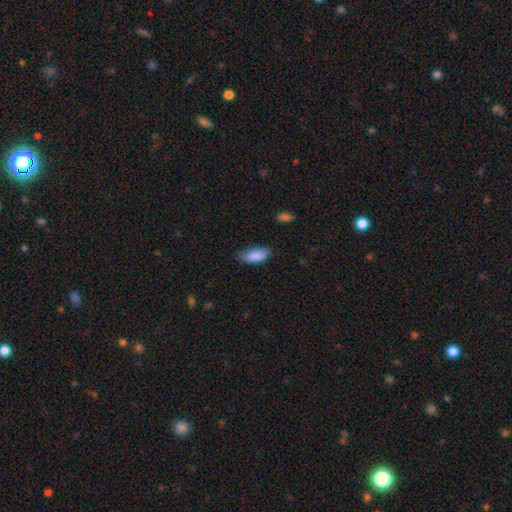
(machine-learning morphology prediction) Q: Smooth or featured?
A: smooth (88%); runner-up: star or artifact (7%)
Q: How rounded?
A: in between (85%); runner-up: cigar-shaped (13%)
Q: Merging?
A: none (62%); runner-up: minor disturbance (30%)